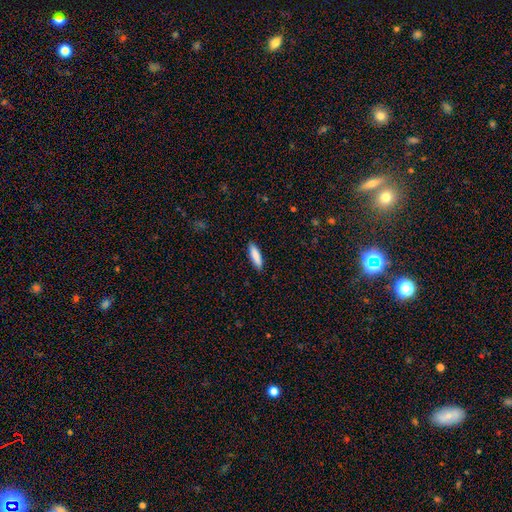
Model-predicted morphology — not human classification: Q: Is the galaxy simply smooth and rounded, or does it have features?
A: smooth — 87%.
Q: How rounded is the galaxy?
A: cigar-shaped — 68%.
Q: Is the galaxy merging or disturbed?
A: none — 90%.